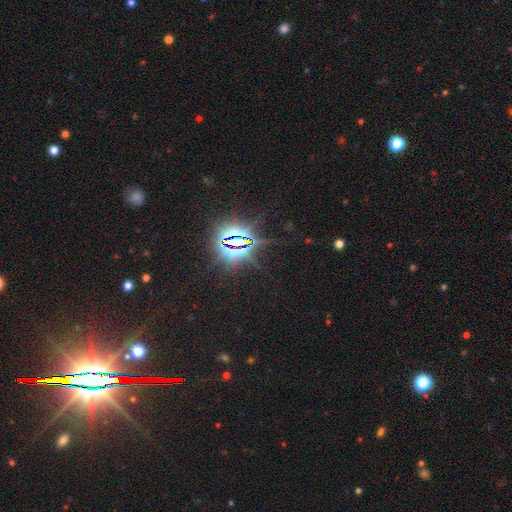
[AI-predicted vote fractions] This is clearly a star or artifact rather than a galaxy (85%).